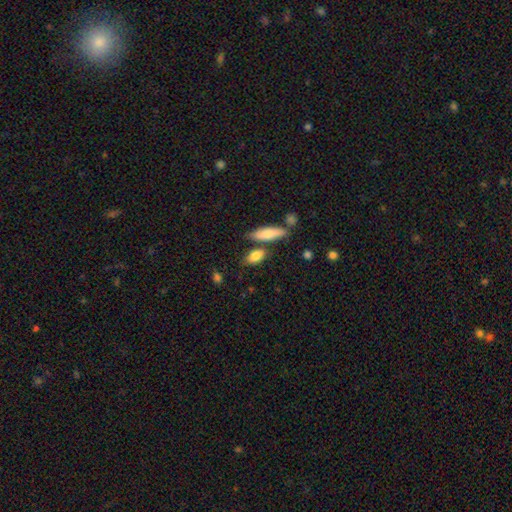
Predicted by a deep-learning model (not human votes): This is clearly a smooth galaxy (82%). How rounded: likely in between (79%). Merging: likely none (67%).